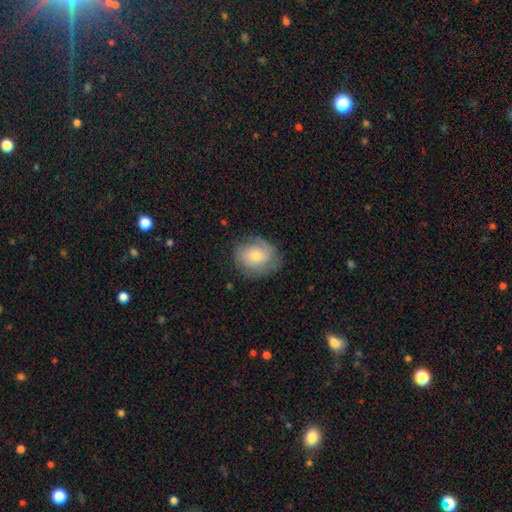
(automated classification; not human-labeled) A smooth galaxy with no disk features (52%) that is round (64%). Merging: none (74%).